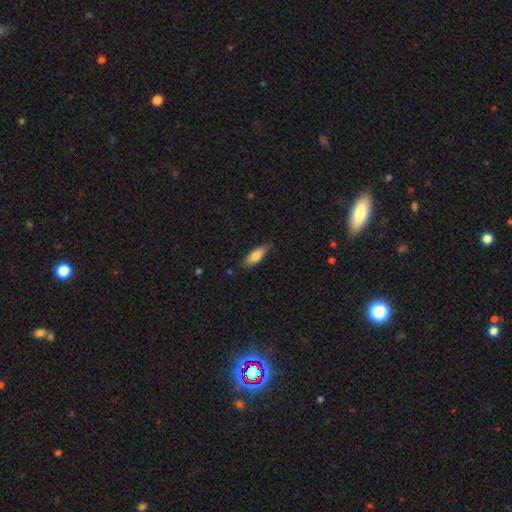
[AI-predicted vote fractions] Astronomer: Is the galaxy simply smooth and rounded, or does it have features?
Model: smooth — 81%.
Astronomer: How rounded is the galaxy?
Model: in between — 69%.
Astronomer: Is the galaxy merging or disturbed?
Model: none — 78%.